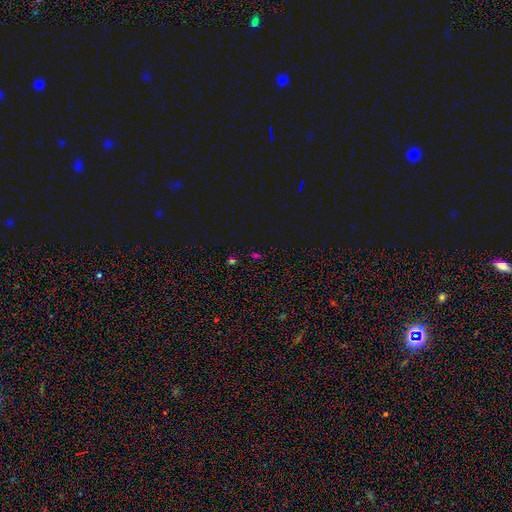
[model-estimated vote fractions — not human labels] This appears to be a star or artifact, not a galaxy (56%).